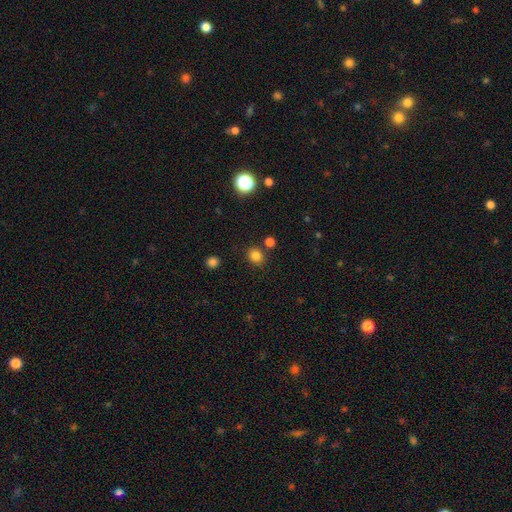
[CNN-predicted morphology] A smooth galaxy with no disk features (81%) that is round (77%). Merging: none (83%).